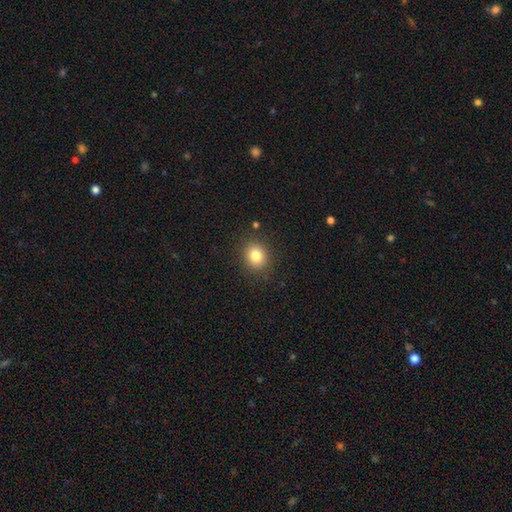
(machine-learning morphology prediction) Overall: smooth (82%). How rounded: round (71%). Merging: none (88%).